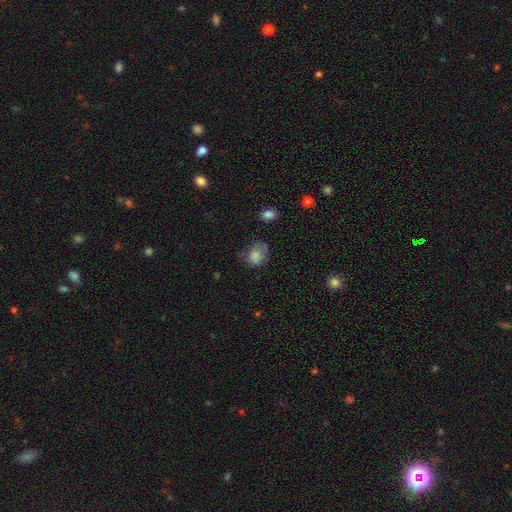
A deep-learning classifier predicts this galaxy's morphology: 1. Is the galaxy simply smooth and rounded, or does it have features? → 79% smooth, 11% featured or disk, 10% star or artifact.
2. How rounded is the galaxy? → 53% round, 46% in between, 1% cigar-shaped.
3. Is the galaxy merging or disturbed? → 48% none, 33% minor disturbance, 17% major disturbance, 3% merger.